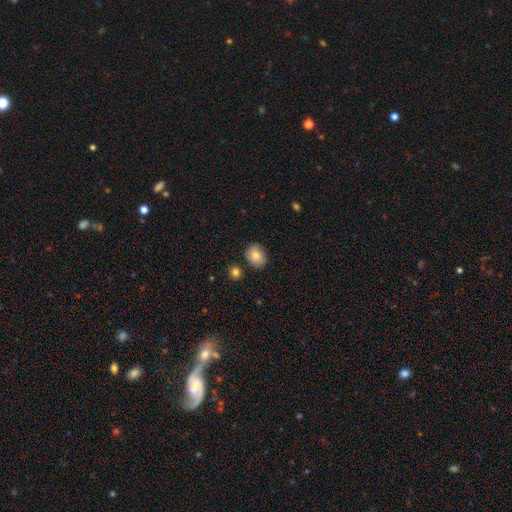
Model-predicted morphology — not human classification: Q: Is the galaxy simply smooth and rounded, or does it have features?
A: smooth — 82%.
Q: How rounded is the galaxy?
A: round — 54%.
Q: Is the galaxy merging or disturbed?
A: none — 80%.